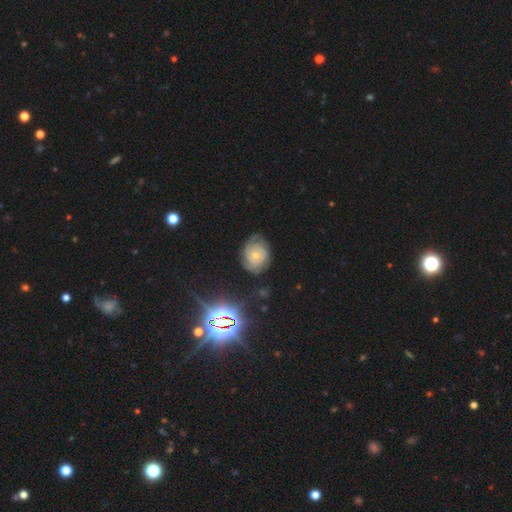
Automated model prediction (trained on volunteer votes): Smooth or featured? featured or disk (71%)
Edge-on disk? no (97%)
Bar? no (80%)
Spiral arms? yes (91%)
Spiral winding? tight (71%)
Spiral arm count? can't tell (37%)
Bulge size? small (62%)
Merging? none (68%)